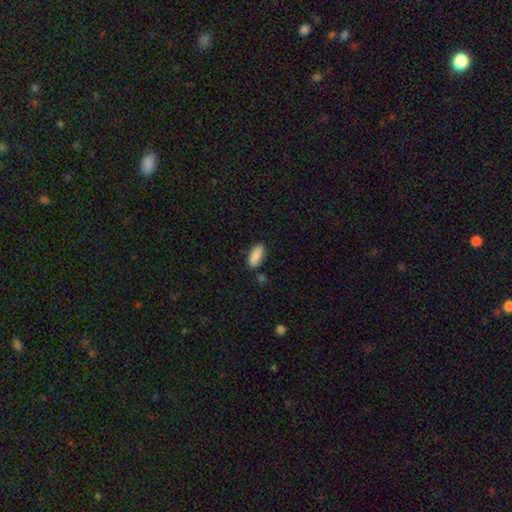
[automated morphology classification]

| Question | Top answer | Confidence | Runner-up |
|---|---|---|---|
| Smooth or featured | smooth | 89% | star or artifact (7%) |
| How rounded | in between | 83% | cigar-shaped (15%) |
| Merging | none | 84% | minor disturbance (11%) |